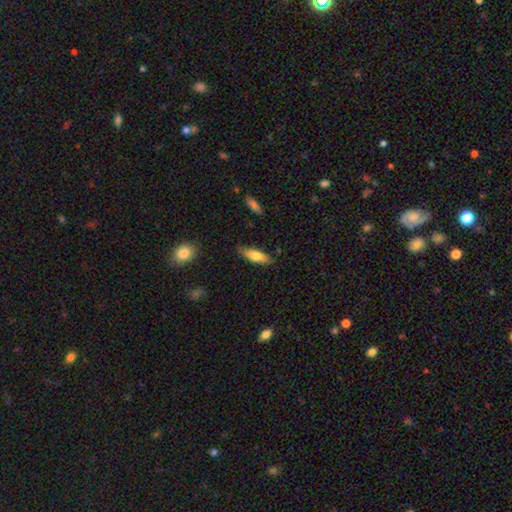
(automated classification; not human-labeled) This is likely a smooth galaxy (74%). How rounded: possibly in between (55%). Merging: clearly none (80%).